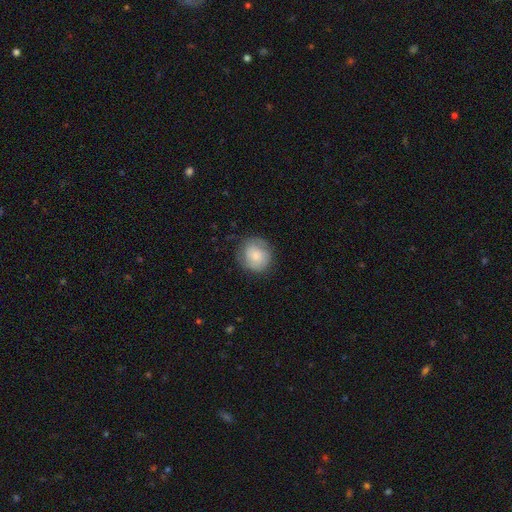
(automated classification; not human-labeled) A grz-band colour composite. It shows a smooth galaxy with no disk features (71%) that is round (83%). Merging: none (71%).